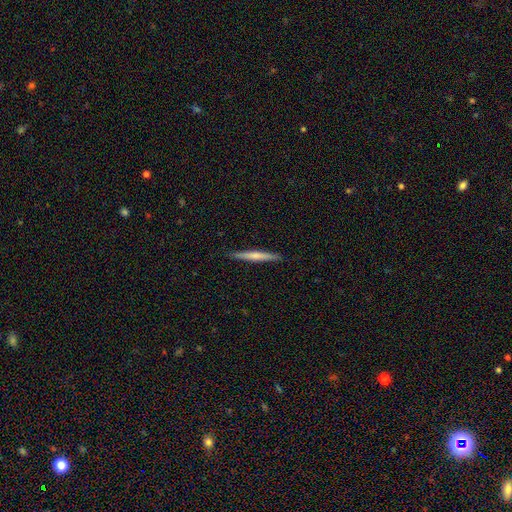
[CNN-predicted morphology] smooth-or-featured: smooth: 55% | featured or disk: 40% | star or artifact: 5%
  how-rounded: cigar-shaped: 96% | in between: 3% | round: 1%
  merging: none: 90% | minor disturbance: 7% | major disturbance: 1% | merger: 1%